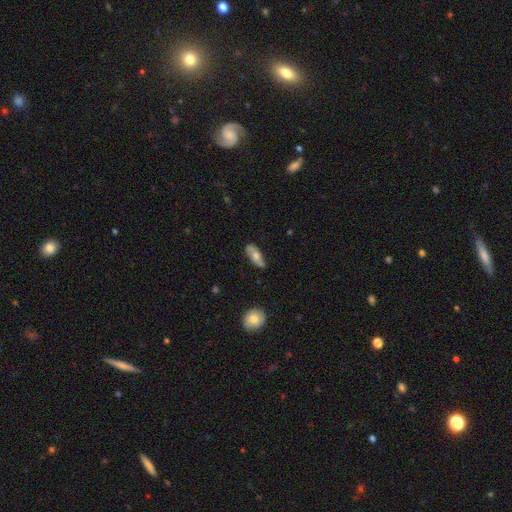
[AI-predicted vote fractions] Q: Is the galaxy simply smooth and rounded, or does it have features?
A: smooth — 52%.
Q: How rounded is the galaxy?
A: in between — 77%.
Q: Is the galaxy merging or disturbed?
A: none — 73%.